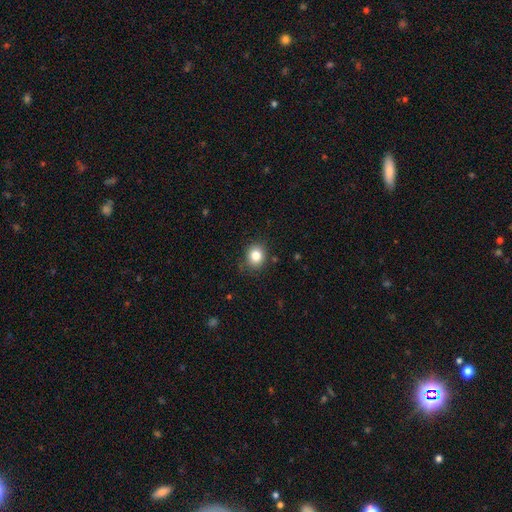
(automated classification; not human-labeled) smooth 82%, star or artifact 11%, featured or disk 7%. Down the decision tree: how rounded — round (72%); merging — none (84%).